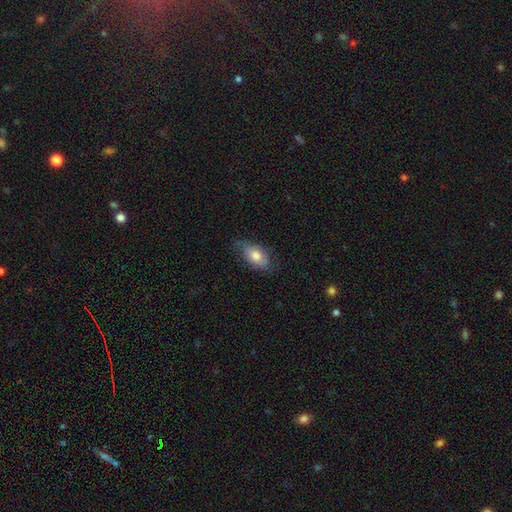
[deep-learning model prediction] Morphology: type=smooth (72%); roundness=in between (90%); merging=none (66%).